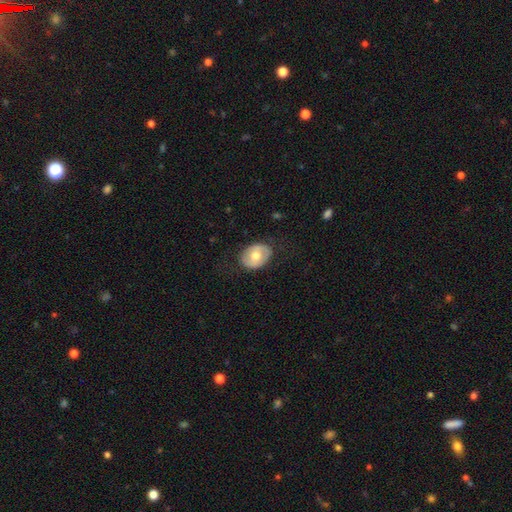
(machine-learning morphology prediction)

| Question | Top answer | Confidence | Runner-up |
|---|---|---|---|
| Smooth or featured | smooth | 57% | featured or disk (37%) |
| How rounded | in between | 68% | round (31%) |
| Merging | none | 79% | minor disturbance (15%) |